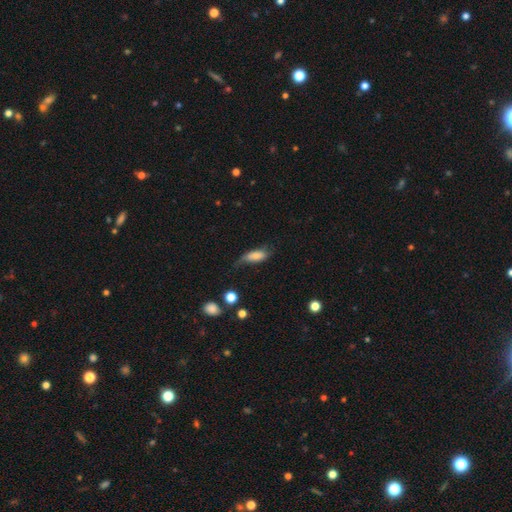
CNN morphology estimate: A smooth galaxy with no disk features (69%) that is in between round and cigar-shaped (76%). Merging: minor disturbance (37%).